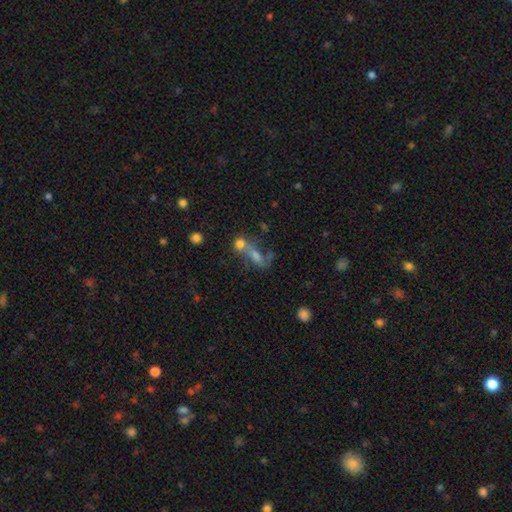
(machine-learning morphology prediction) smooth 48%, featured or disk 33%, star or artifact 20%. Down the decision tree: merging — merger (48%).